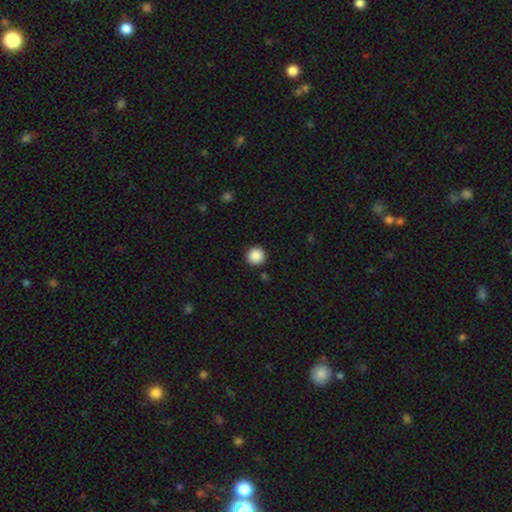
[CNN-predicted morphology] type=smooth (88%); roundness=round (95%); merging=none (92%).